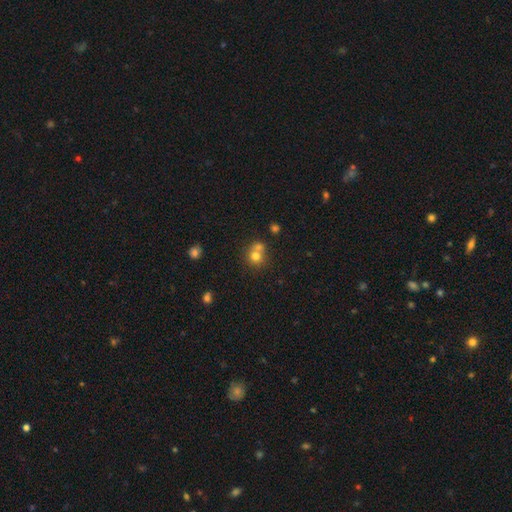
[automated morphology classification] Overall: smooth (74%). How rounded: round (84%). Merging: merger (48%; none 42%).